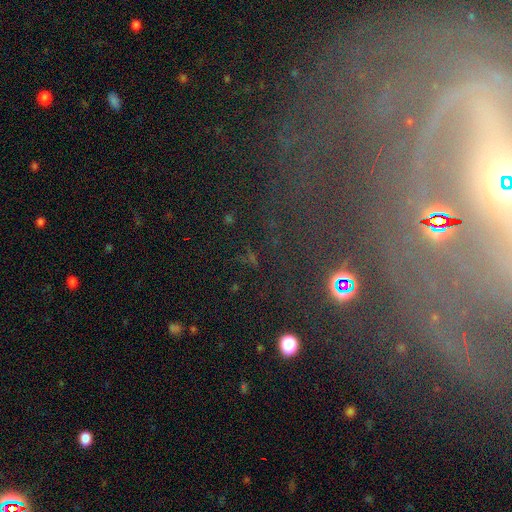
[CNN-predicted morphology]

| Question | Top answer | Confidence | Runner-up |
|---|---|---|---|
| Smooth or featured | featured or disk | 59% | star or artifact (26%) |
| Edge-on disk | no | 86% | yes (14%) |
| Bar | no | 37% | strong (34%) |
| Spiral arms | yes | 73% | no (27%) |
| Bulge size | small | 43% | moderate (38%) |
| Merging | none | 70% | minor disturbance (13%) |